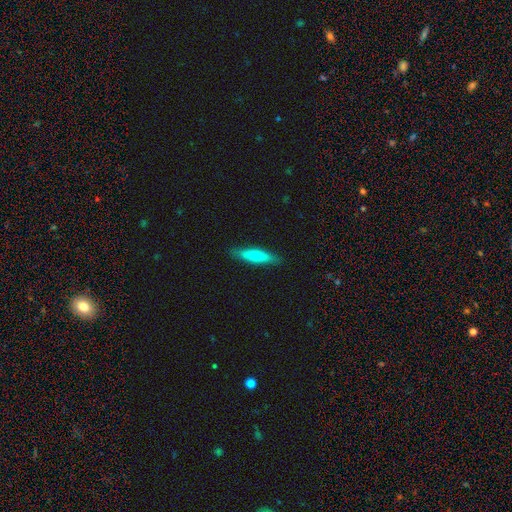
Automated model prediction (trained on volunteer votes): A smooth galaxy with no disk features (73%) that is cigar-shaped (84%).

Vote fractions:
- Smooth or featured? smooth: 73% / featured or disk: 21% / star or artifact: 5%
- How rounded? cigar-shaped: 84% / in between: 15% / round: 1%
- Merging? none: 88% / minor disturbance: 9% / major disturbance: 2% / merger: 1%